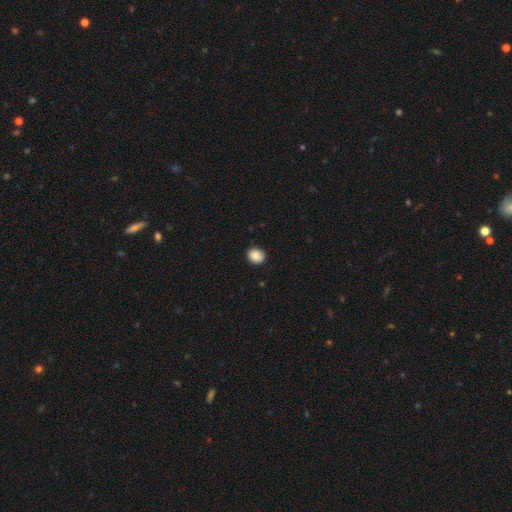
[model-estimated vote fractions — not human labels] A smooth galaxy with no disk features (88%) that is round (69%).

Vote fractions:
- Smooth or featured? smooth: 88% / star or artifact: 8% / featured or disk: 4%
- How rounded? round: 69% / in between: 30% / cigar-shaped: 1%
- Merging? none: 88% / minor disturbance: 9% / major disturbance: 2% / merger: 1%